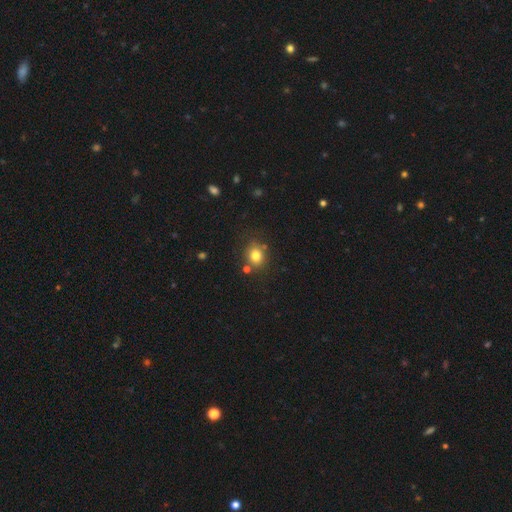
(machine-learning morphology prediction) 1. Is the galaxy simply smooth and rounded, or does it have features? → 79% smooth, 13% star or artifact, 8% featured or disk.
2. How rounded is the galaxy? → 72% round, 27% in between, 1% cigar-shaped.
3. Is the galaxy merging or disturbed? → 75% none, 13% minor disturbance, 9% merger, 4% major disturbance.